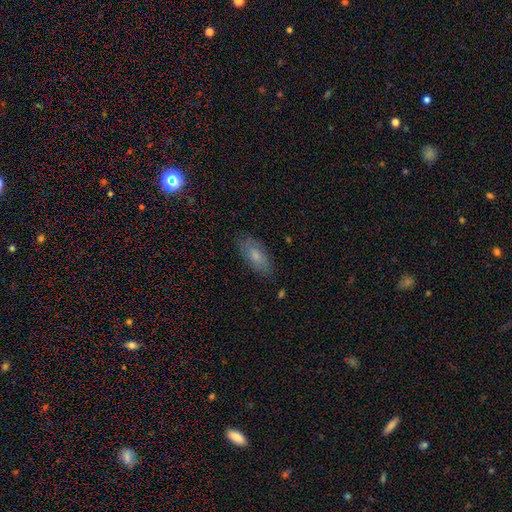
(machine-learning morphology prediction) type=smooth (74%); roundness=in between (81%); merging=none (81%).